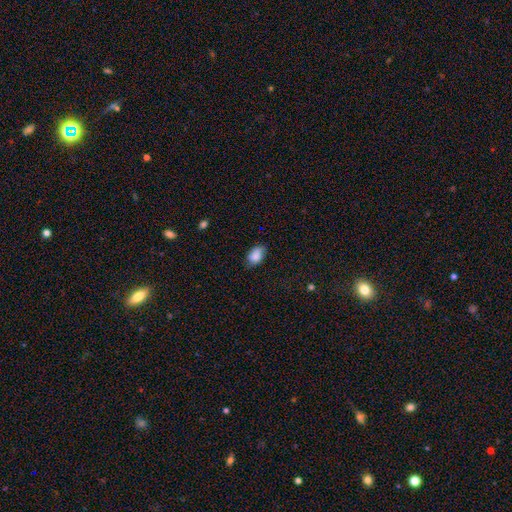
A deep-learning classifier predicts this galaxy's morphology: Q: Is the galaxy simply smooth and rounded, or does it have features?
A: smooth — 85%.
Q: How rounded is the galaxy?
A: in between — 88%.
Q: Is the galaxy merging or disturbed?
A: none — 71%.